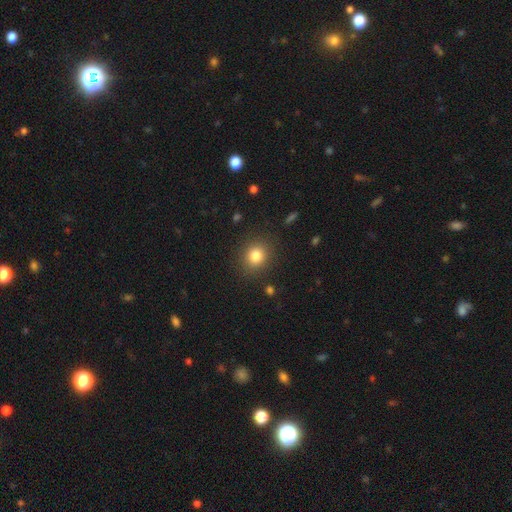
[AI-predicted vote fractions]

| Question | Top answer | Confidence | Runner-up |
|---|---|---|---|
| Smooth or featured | smooth | 82% | star or artifact (11%) |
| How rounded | round | 81% | in between (18%) |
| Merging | none | 87% | minor disturbance (8%) |